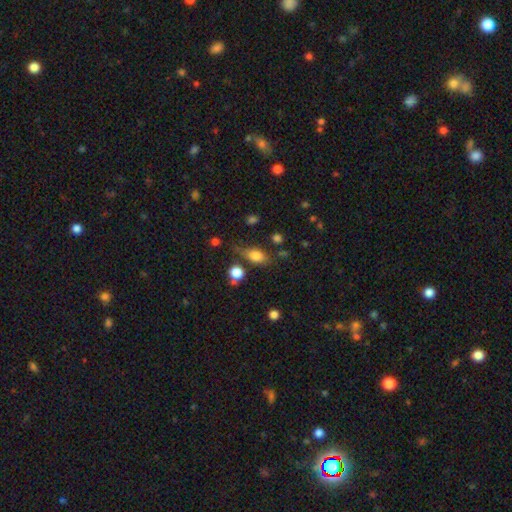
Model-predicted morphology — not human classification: Overall: smooth (77%). How rounded: in between (77%). Merging: none (60%; minor disturbance 23%).